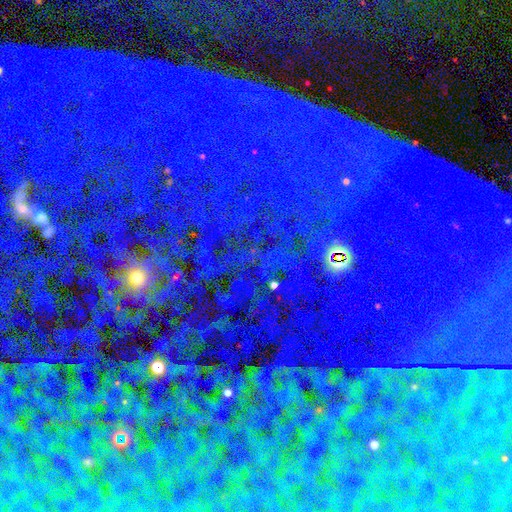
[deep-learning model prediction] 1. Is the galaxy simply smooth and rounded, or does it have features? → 84% star or artifact, 8% smooth, 8% featured or disk.